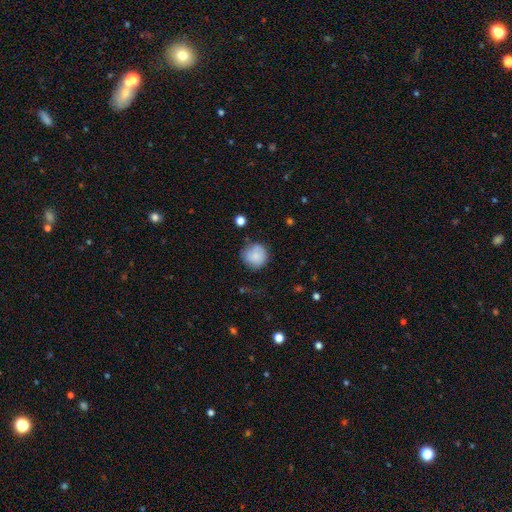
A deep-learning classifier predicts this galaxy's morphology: smooth_or_featured: smooth (p=0.82) [alt: featured or disk p=0.10]
how_rounded: round (p=0.91) [alt: in between p=0.08]
merging: none (p=0.69) [alt: minor disturbance p=0.21]